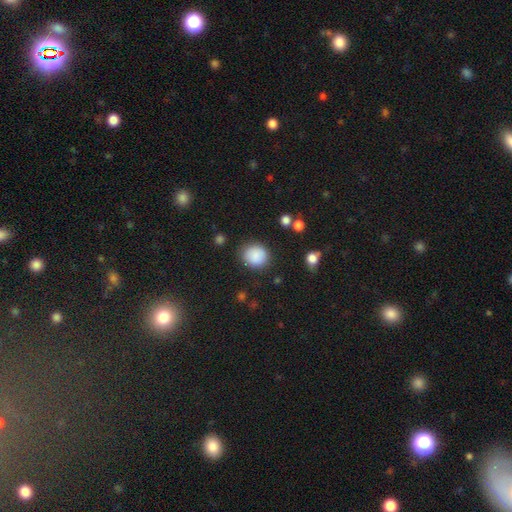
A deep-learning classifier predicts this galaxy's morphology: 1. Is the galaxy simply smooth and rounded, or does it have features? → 87% smooth, 9% star or artifact, 4% featured or disk.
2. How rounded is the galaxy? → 80% round, 19% in between, 1% cigar-shaped.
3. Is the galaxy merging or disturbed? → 85% none, 10% minor disturbance, 4% major disturbance, 2% merger.